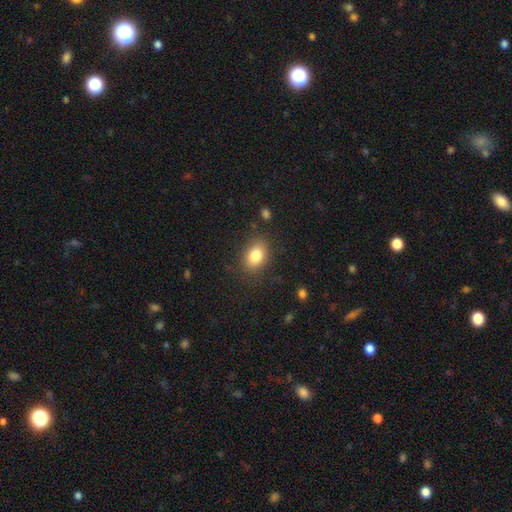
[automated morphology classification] The model was most divided on "how rounded": in between: 74%, round: 25%, cigar-shaped: 1%. More confident: smooth or featured — smooth (83%); merging — none (83%).